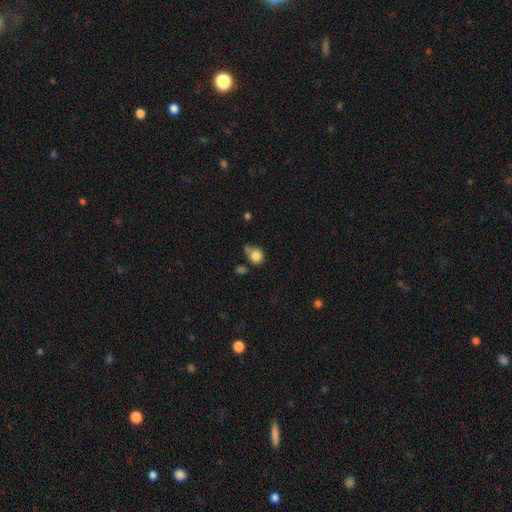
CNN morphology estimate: Q: Smooth or featured?
A: smooth (82%); runner-up: star or artifact (9%)
Q: How rounded?
A: round (69%); runner-up: in between (29%)
Q: Merging?
A: none (44%); runner-up: minor disturbance (28%)